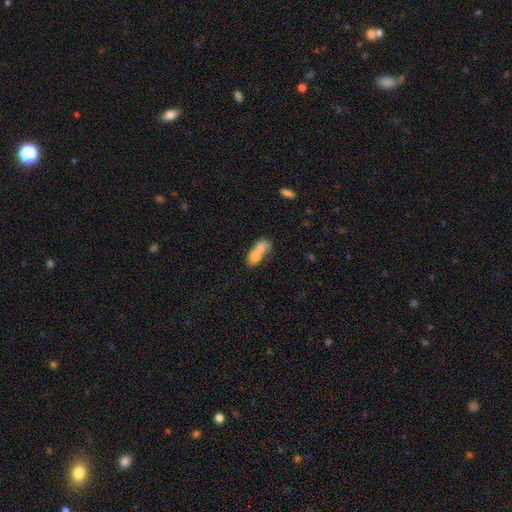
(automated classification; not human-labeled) smooth 71%, featured or disk 21%, star or artifact 9%. Down the decision tree: how rounded — in between (74%); merging — merger (74%).